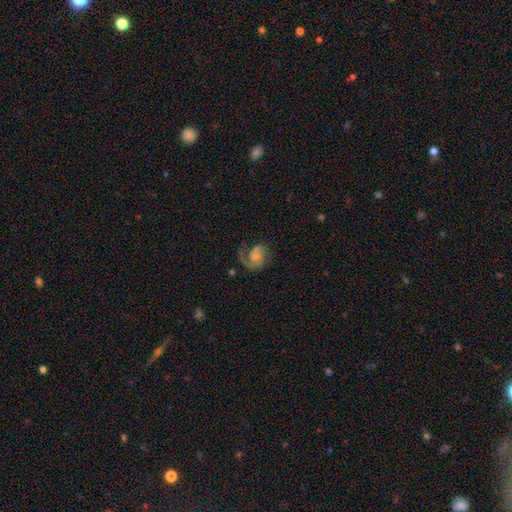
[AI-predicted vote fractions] Smooth or featured? featured or disk (73%)
Edge-on disk? no (98%)
Bar? no (68%)
Spiral arms? yes (93%)
Spiral winding? medium (44%)
Spiral arm count? 1 (57%)
Bulge size? small (43%)
Merging? none (52%)